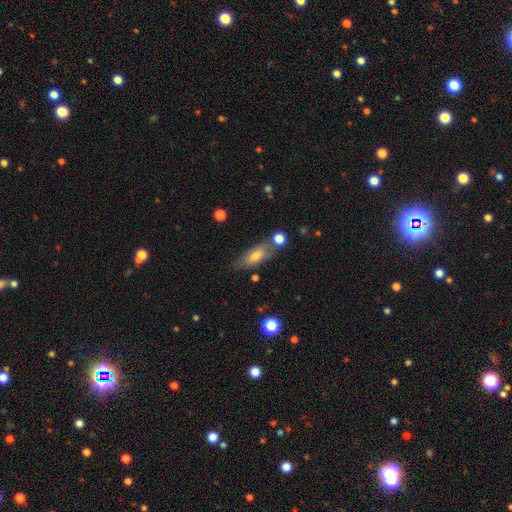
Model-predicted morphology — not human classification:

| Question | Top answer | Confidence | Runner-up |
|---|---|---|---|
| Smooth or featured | smooth | 55% | featured or disk (36%) |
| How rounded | in between | 62% | cigar-shaped (34%) |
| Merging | none | 67% | minor disturbance (17%) |